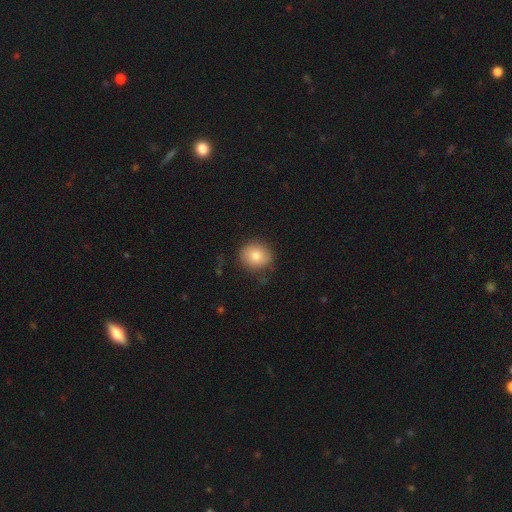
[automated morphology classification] smooth-or-featured: smooth: 82% | featured or disk: 10% | star or artifact: 9%
  how-rounded: round: 81% | in between: 18% | cigar-shaped: 1%
  merging: none: 81% | minor disturbance: 14% | major disturbance: 4% | merger: 1%